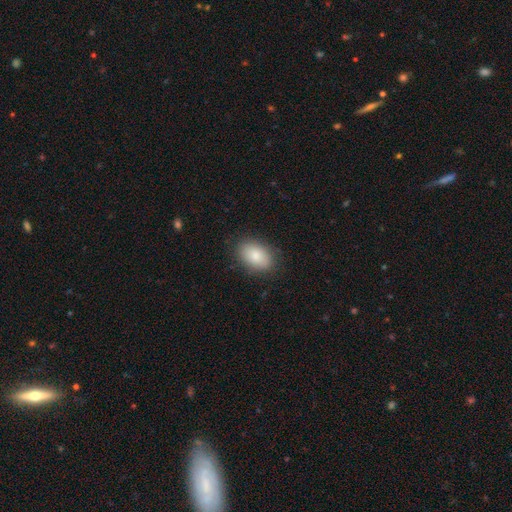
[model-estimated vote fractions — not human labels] A smooth galaxy with no disk features (85%) that is in between round and cigar-shaped (88%).

Vote fractions:
- Smooth or featured? smooth: 85% / featured or disk: 8% / star or artifact: 7%
- How rounded? in between: 88% / round: 11% / cigar-shaped: 1%
- Merging? none: 85% / minor disturbance: 11% / major disturbance: 3% / merger: 1%